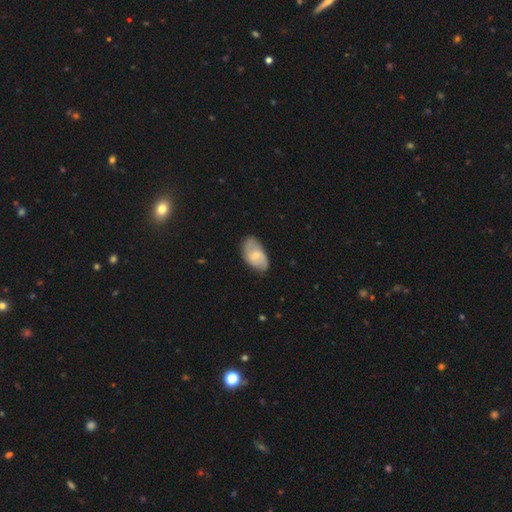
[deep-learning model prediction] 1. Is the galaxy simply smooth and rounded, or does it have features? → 48% smooth, 45% featured or disk, 6% star or artifact.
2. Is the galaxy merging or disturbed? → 69% none, 24% minor disturbance, 5% major disturbance, 1% merger.